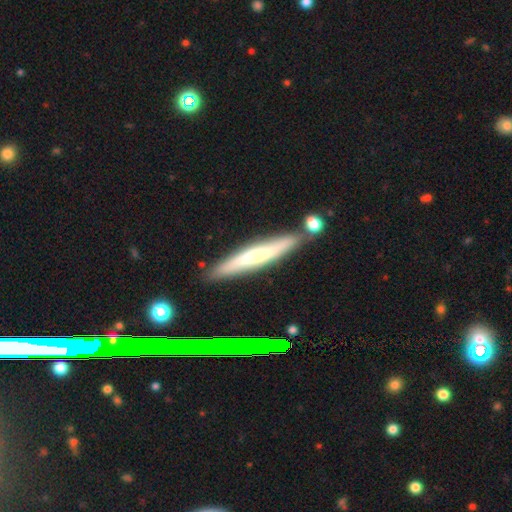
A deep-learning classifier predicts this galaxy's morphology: Overall: smooth (53%; featured or disk 39%). How rounded: cigar-shaped (91%). Merging: none (78%).